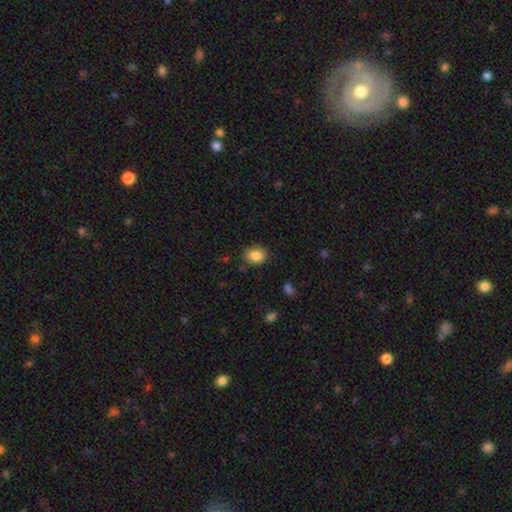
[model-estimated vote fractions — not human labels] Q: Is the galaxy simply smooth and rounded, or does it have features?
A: smooth — 86%.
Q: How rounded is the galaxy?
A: in between — 72%.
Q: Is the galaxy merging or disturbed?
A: none — 84%.